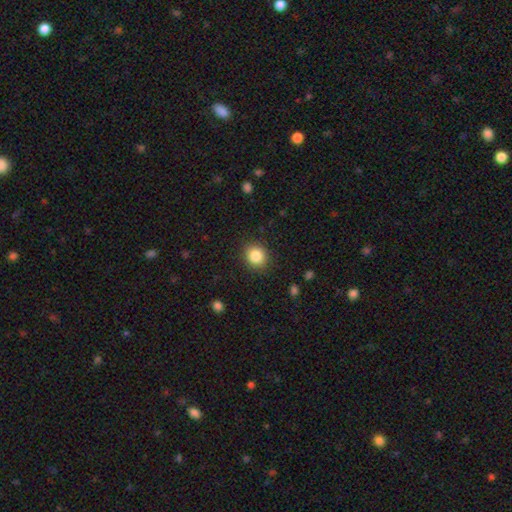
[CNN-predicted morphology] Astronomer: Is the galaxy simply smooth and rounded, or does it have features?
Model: smooth — 85%.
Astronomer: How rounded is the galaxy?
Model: round — 79%.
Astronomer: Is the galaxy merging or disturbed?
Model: none — 88%.